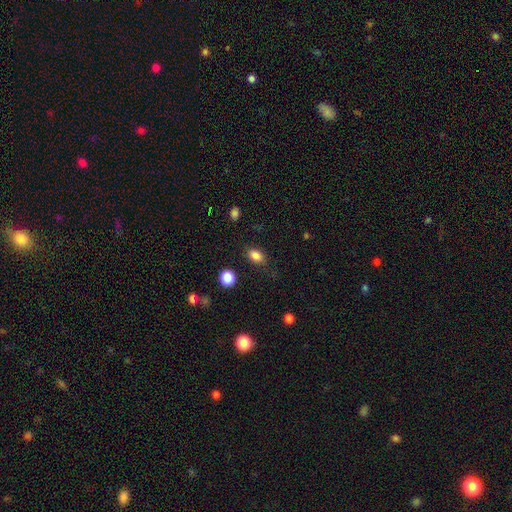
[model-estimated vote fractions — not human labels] A smooth galaxy with no disk features (85%) that is in between round and cigar-shaped (82%).

Vote fractions:
- Smooth or featured? smooth: 85% / star or artifact: 10% / featured or disk: 5%
- How rounded? in between: 82% / round: 16% / cigar-shaped: 2%
- Merging? none: 81% / minor disturbance: 13% / major disturbance: 4% / merger: 2%